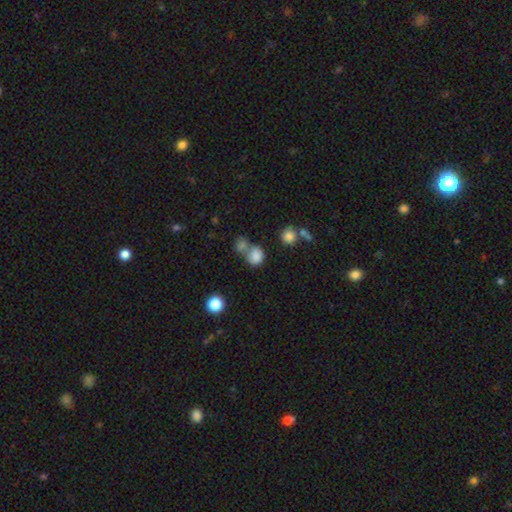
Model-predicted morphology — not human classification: type=smooth (79%); roundness=round (62%); merging=merger (45%).